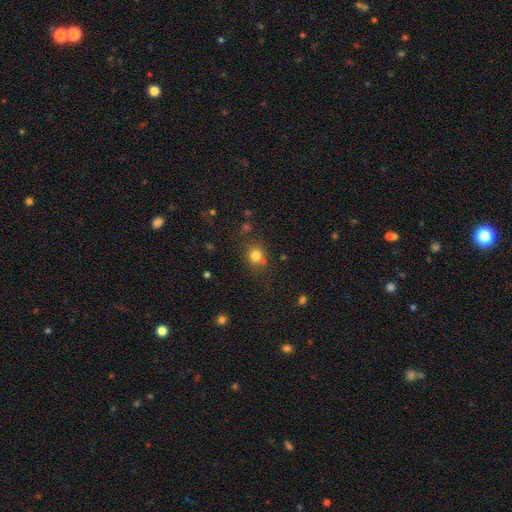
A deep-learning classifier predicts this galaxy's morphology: Smooth or featured: smooth — 78% (star or artifact — 14%)
How rounded: round — 75% (in between — 24%)
Merging: none — 70% (minor disturbance — 14%)